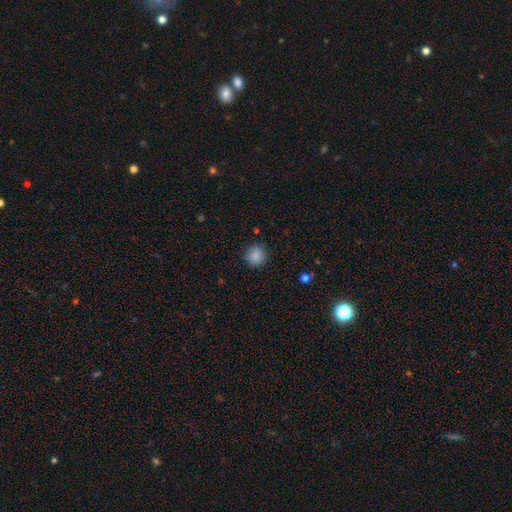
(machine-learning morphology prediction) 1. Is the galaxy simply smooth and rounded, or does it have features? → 87% smooth, 9% star or artifact, 3% featured or disk.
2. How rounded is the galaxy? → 91% round, 8% in between, 1% cigar-shaped.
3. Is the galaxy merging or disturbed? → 87% none, 9% minor disturbance, 3% major disturbance, 1% merger.